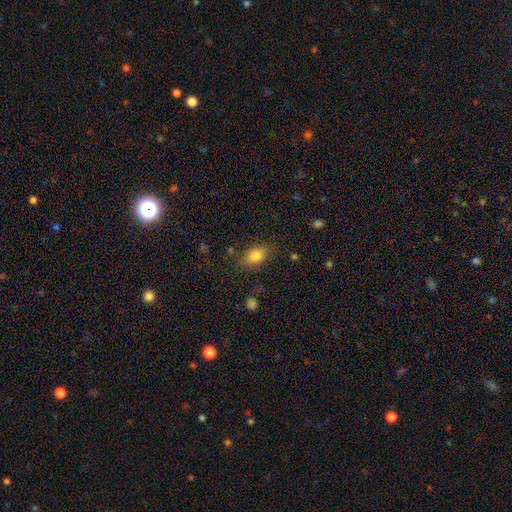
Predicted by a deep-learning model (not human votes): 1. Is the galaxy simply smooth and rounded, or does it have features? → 81% smooth, 10% star or artifact, 9% featured or disk.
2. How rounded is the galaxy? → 81% in between, 17% round, 3% cigar-shaped.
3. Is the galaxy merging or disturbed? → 78% none, 14% minor disturbance, 5% major disturbance, 3% merger.